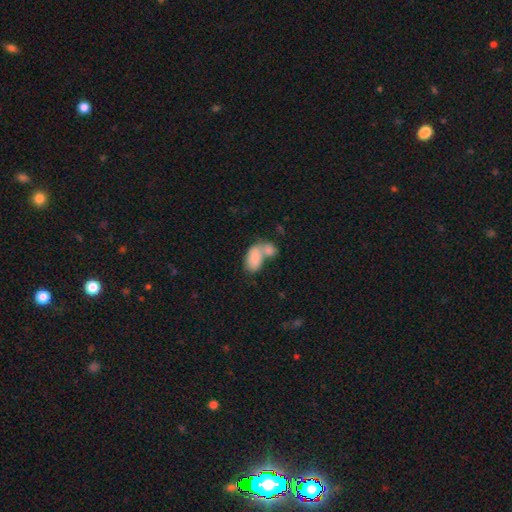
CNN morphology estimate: This is clearly a smooth galaxy (81%). How rounded: clearly in between (92%). Merging: likely merger (66%).